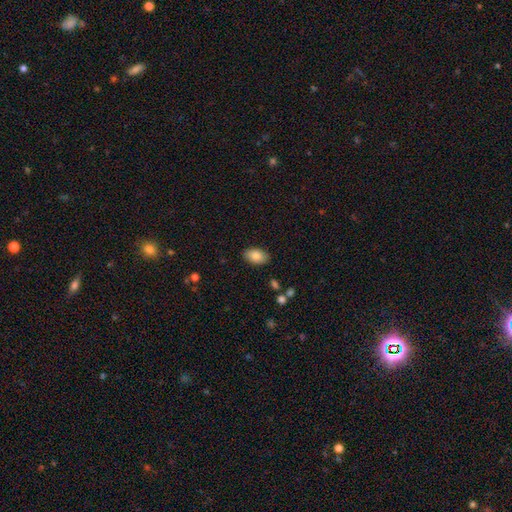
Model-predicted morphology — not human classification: Overall: smooth (83%). How rounded: in between (93%). Merging: none (87%).